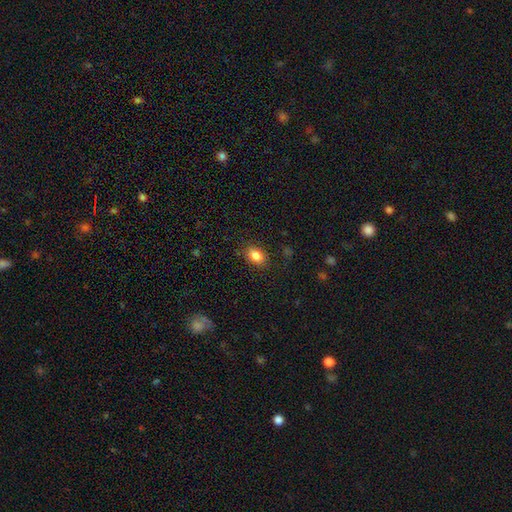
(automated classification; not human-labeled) A smooth galaxy with no disk features (84%) that is in between round and cigar-shaped (78%).

Vote fractions:
- Smooth or featured? smooth: 84% / star or artifact: 9% / featured or disk: 7%
- How rounded? in between: 78% / round: 21% / cigar-shaped: 1%
- Merging? none: 85% / minor disturbance: 11% / major disturbance: 3% / merger: 1%